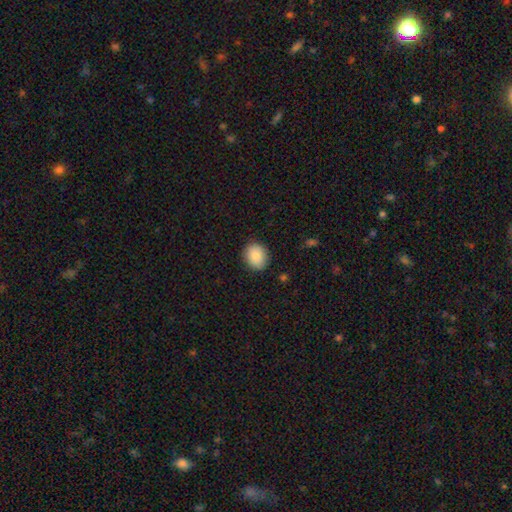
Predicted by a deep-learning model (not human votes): Smooth or featured? Predicted: smooth (p=0.86). How rounded? Predicted: round (p=0.52). Merging? Predicted: none (p=0.87).